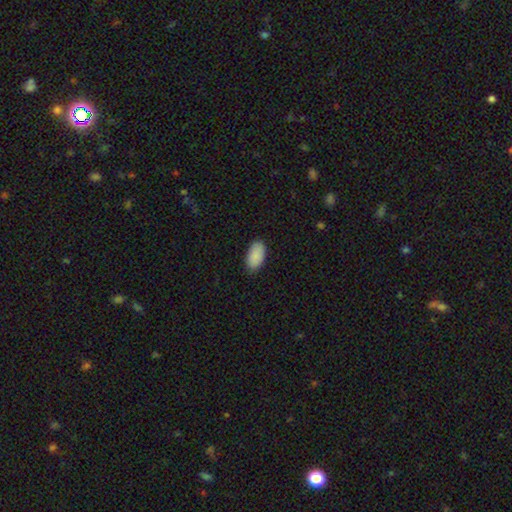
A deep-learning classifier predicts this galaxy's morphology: Smooth or featured: smooth — 90% (star or artifact — 6%)
How rounded: in between — 95% (round — 3%)
Merging: none — 86% (minor disturbance — 11%)